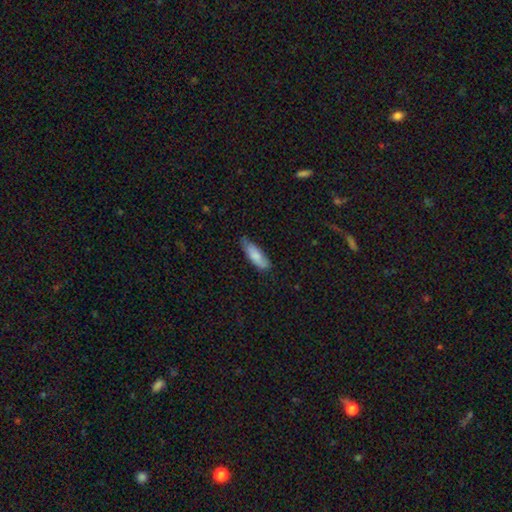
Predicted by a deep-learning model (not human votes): Morphology: type=smooth (80%); roundness=in between (59%); merging=none (63%).